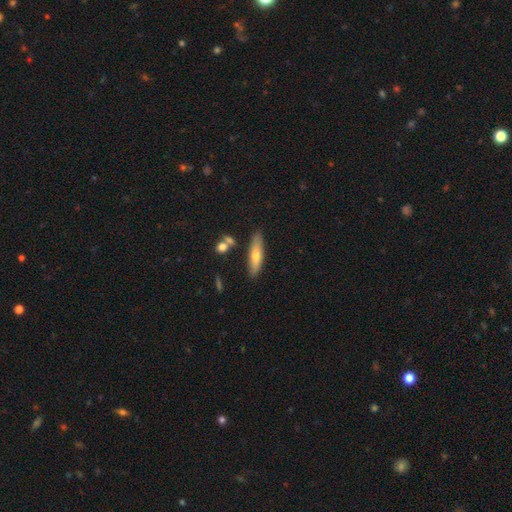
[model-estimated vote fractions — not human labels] This is likely a smooth galaxy (66%). How rounded: likely cigar-shaped (67%). Merging: clearly none (81%).